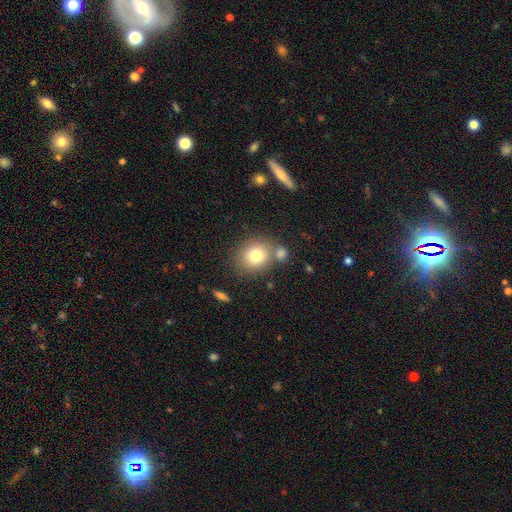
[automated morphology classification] Smooth or featured: smooth — 77% (featured or disk — 12%)
How rounded: round — 75% (in between — 24%)
Merging: none — 65% (merger — 19%)